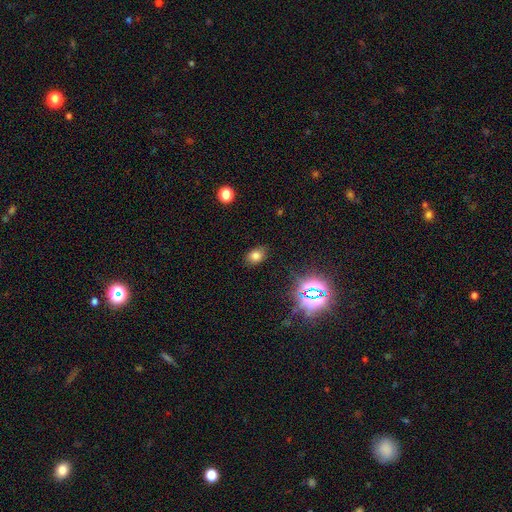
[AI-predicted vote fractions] Smooth or featured? Predicted: smooth (p=0.72). How rounded? Predicted: in between (p=0.70). Merging? Predicted: none (p=0.83).